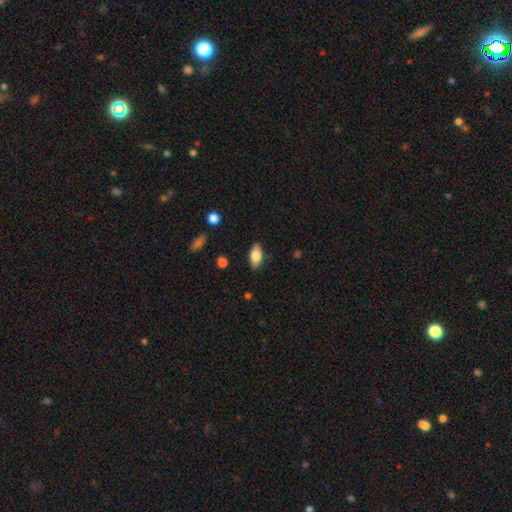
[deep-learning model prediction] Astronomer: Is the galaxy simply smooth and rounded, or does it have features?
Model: smooth — 78%.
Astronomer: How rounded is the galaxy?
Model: in between — 89%.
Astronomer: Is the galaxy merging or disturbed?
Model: none — 86%.